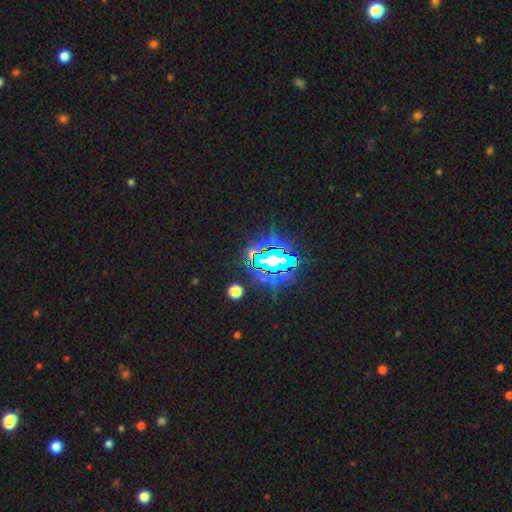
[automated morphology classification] This is likely a star or artifact rather than a galaxy (75%).